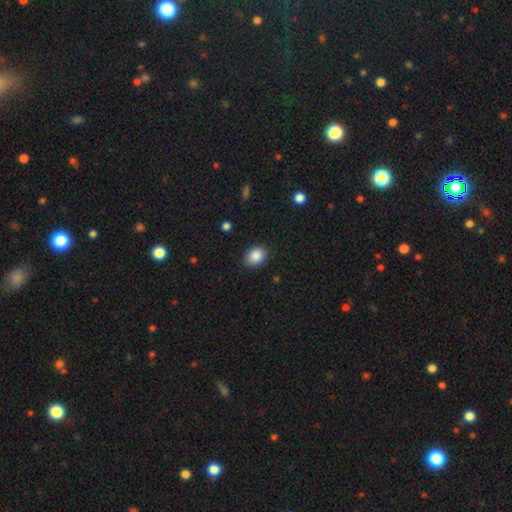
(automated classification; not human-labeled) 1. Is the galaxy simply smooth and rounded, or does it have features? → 88% smooth, 8% star or artifact, 4% featured or disk.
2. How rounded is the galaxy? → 66% in between, 33% round, 1% cigar-shaped.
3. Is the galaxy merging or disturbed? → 84% none, 12% minor disturbance, 3% major disturbance, 1% merger.